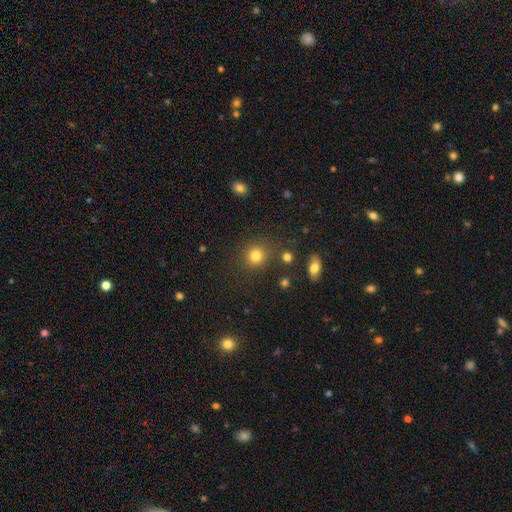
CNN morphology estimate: Smooth or featured: smooth — 81% (star or artifact — 13%)
How rounded: round — 89% (in between — 10%)
Merging: none — 83% (minor disturbance — 8%)